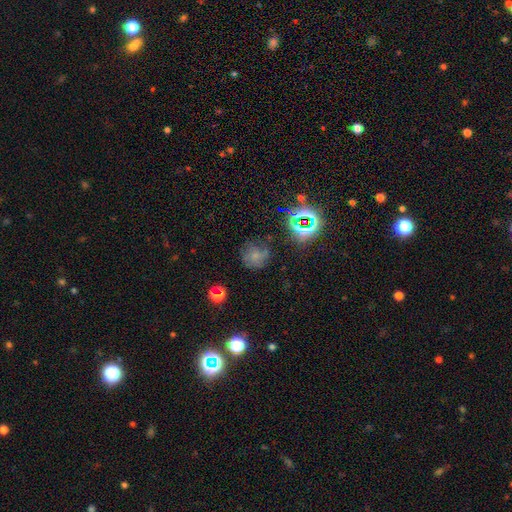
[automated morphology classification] This is marginally a smooth galaxy (45%). Merging: likely none (62%).